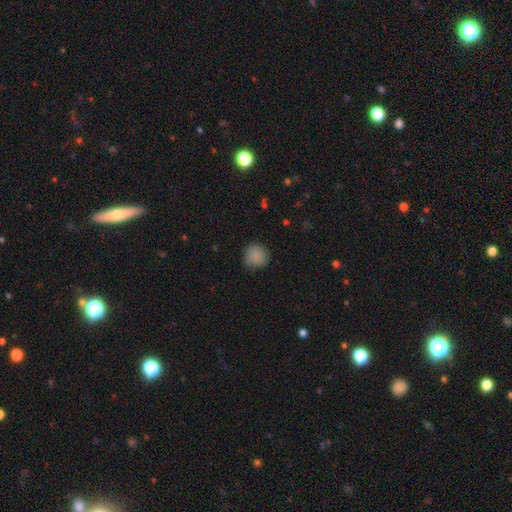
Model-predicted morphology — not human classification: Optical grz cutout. It shows a smooth galaxy with no disk features (85%) that is round (92%). Merging: none (79%).